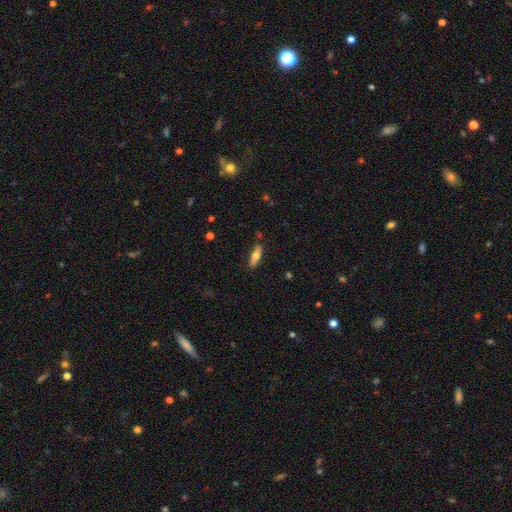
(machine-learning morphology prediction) smooth 61%, featured or disk 33%, star or artifact 6%. Down the decision tree: how rounded — cigar-shaped (50%); merging — none (82%).